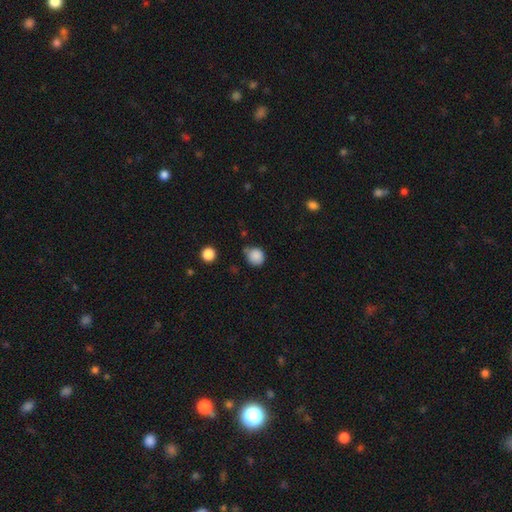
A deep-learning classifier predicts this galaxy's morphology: Smooth or featured? smooth (86%)
How rounded? round (84%)
Merging? none (59%)